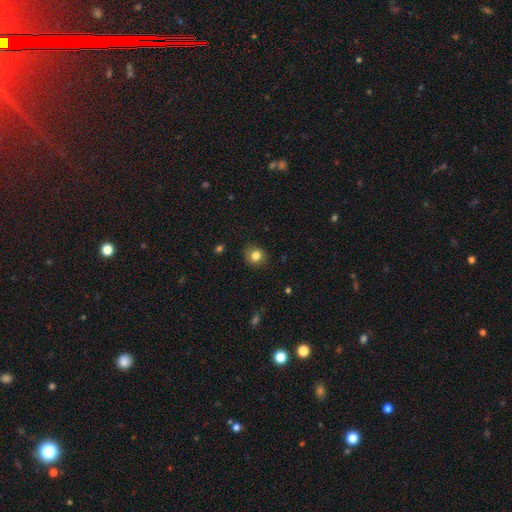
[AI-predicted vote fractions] This appears to be a smooth galaxy with no disk features (82%) that is round (81%). Merging: none (87%).